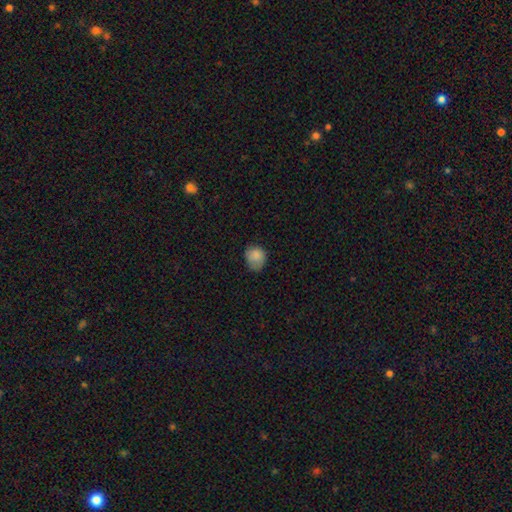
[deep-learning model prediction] smooth 84%, star or artifact 9%, featured or disk 6%. Down the decision tree: how rounded — round (68%); merging — none (58%).